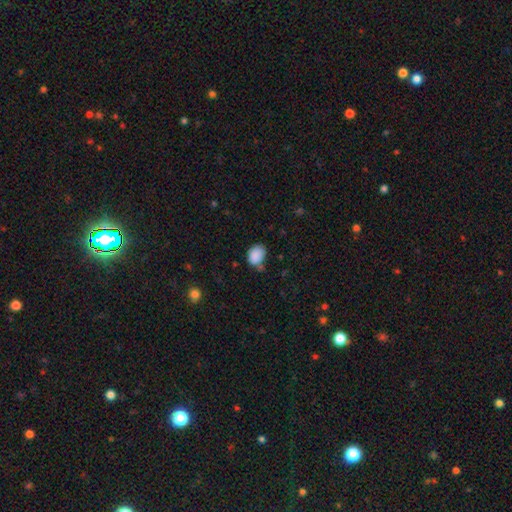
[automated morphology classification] Smooth or featured: smooth — 87% (star or artifact — 8%)
How rounded: in between — 68% (round — 31%)
Merging: none — 61% (minor disturbance — 26%)